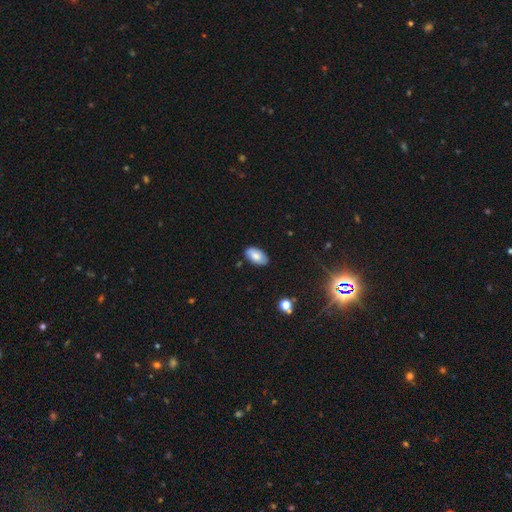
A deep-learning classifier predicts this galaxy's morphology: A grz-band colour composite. It shows a smooth galaxy with no disk features (80%) that is in between round and cigar-shaped (95%). Merging: none (83%).